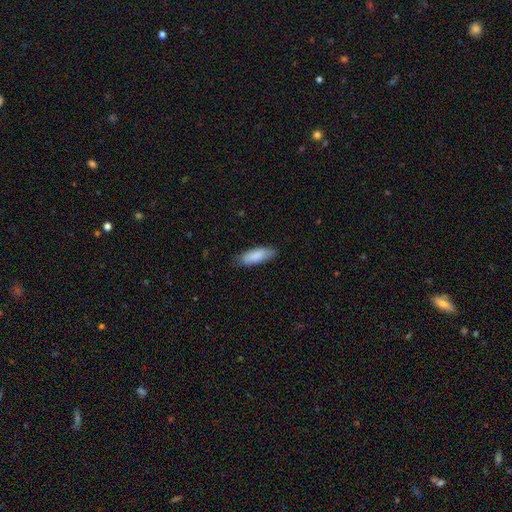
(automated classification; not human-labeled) smooth 88%, featured or disk 7%, star or artifact 5%. Down the decision tree: how rounded — in between (63%); merging — none (82%).